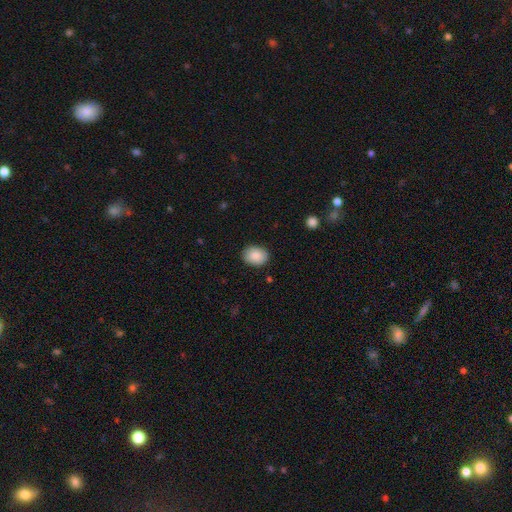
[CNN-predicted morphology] This is clearly a smooth galaxy (88%). How rounded: likely in between (61%). Merging: clearly none (88%).